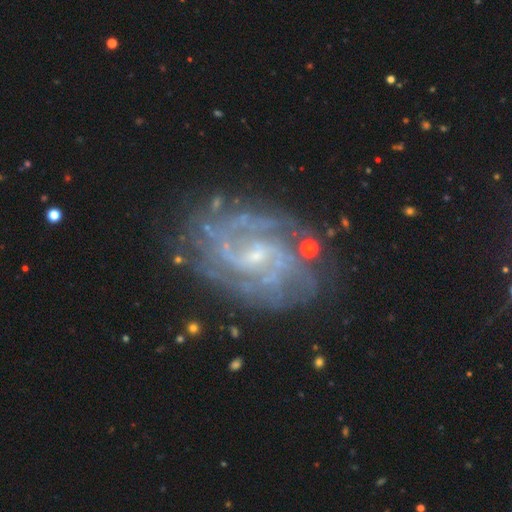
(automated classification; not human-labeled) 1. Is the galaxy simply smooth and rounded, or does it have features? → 90% featured or disk, 6% star or artifact, 4% smooth.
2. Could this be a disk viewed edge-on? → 98% no, 2% yes.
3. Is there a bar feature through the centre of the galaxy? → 53% weak, 34% no, 12% strong.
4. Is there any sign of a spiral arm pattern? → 97% yes, 3% no.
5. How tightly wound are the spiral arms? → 46% medium, 42% tight, 12% loose.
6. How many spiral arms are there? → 53% 2, 18% can't tell, 12% 3, 6% 4, 5% more than 4, 5% 1.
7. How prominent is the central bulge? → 72% small, 18% moderate, 8% none, 1% large, 1% dominant.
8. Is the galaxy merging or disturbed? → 75% none, 16% minor disturbance, 7% major disturbance, 2% merger.